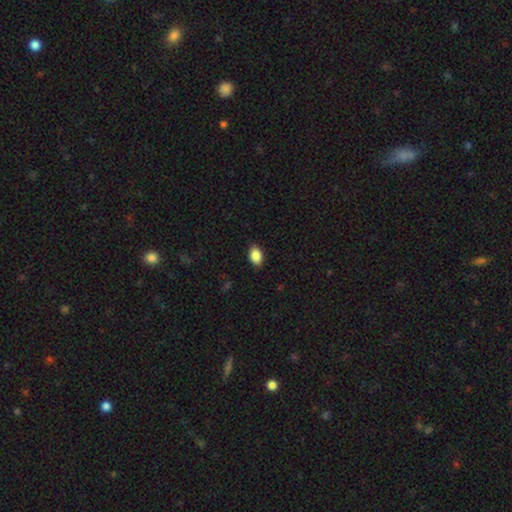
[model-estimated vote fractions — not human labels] The model was most divided on "how rounded": in between: 87%, round: 12%, cigar-shaped: 1%. More confident: smooth or featured — smooth (88%); merging — none (86%).